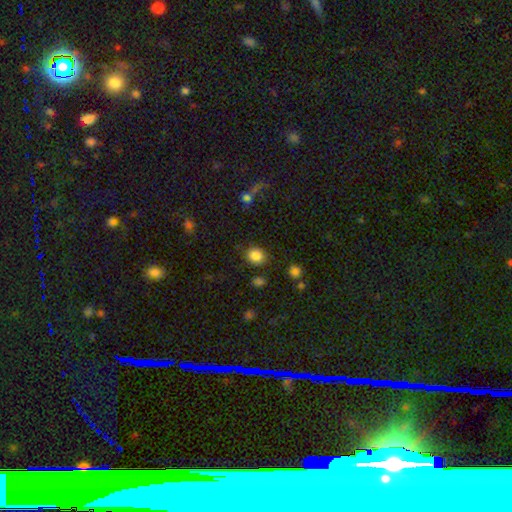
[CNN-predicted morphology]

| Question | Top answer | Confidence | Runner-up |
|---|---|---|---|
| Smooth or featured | smooth | 86% | star or artifact (10%) |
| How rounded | round | 73% | in between (26%) |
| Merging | none | 83% | minor disturbance (10%) |